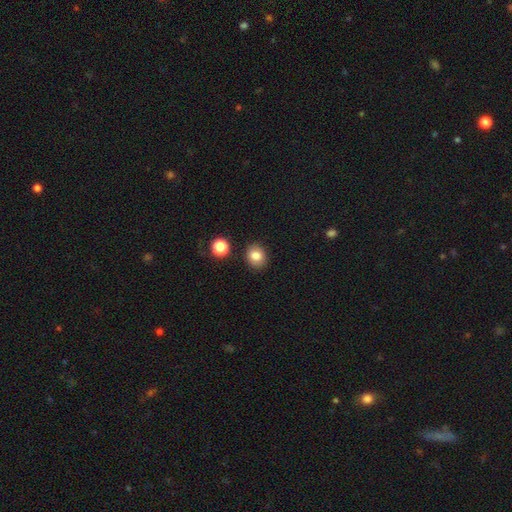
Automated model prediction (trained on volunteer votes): Morphology: type=smooth (83%); roundness=round (66%); merging=none (87%).